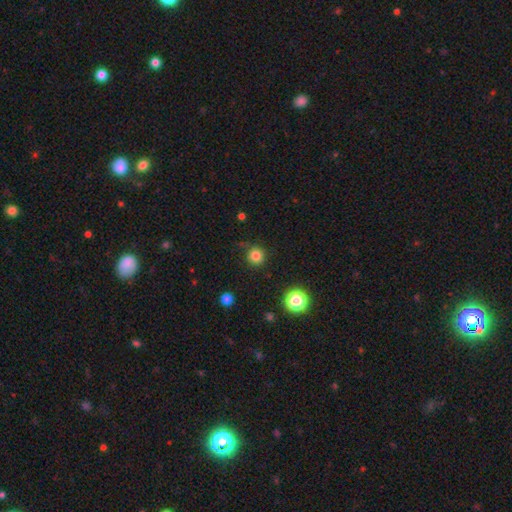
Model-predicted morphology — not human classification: Smooth or featured? Predicted: smooth (p=0.82). How rounded? Predicted: round (p=0.94). Merging? Predicted: none (p=0.85).